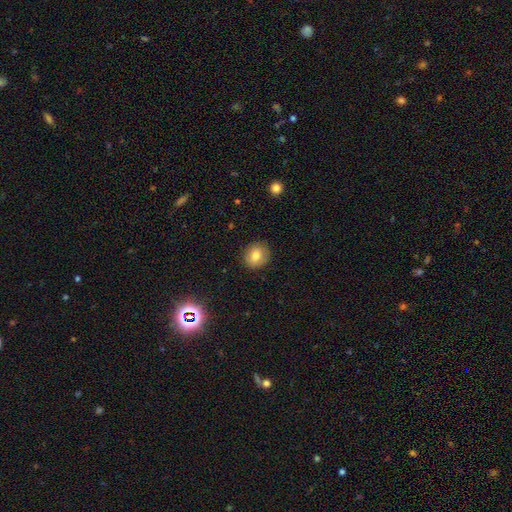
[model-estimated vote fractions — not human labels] Q: Smooth or featured?
A: smooth (78%); runner-up: featured or disk (12%)
Q: How rounded?
A: round (77%); runner-up: in between (22%)
Q: Merging?
A: none (88%); runner-up: minor disturbance (9%)